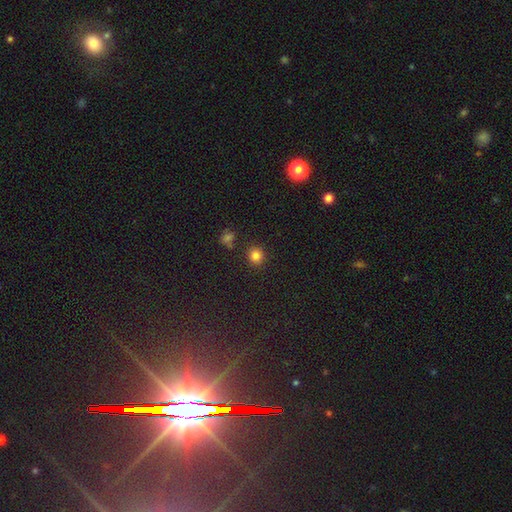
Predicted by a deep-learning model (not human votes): Smooth or featured? smooth (82%)
How rounded? round (89%)
Merging? none (86%)